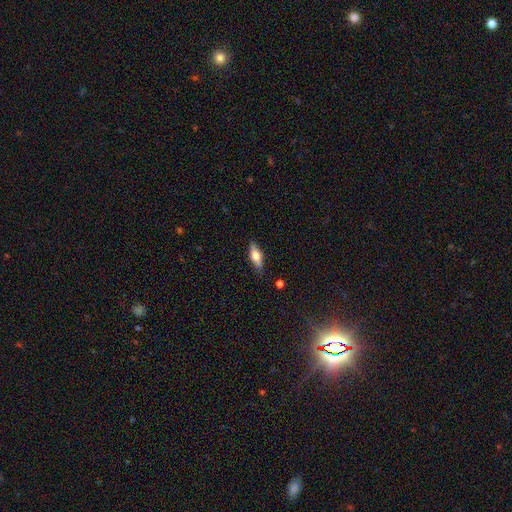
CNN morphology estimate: A smooth galaxy with no disk features (62%) that is in between round and cigar-shaped (67%). Merging: none (83%).